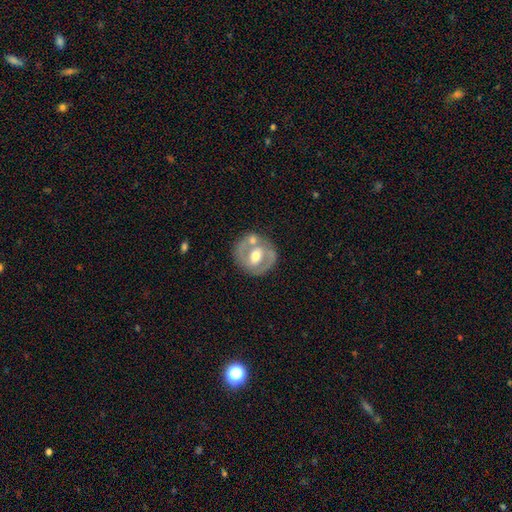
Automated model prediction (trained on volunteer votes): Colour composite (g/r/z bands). It shows a featured or disk galaxy (68%) with a weak bar (41%), spiral arms (54%) and a moderate central bulge (72%). Merging: none (65%).